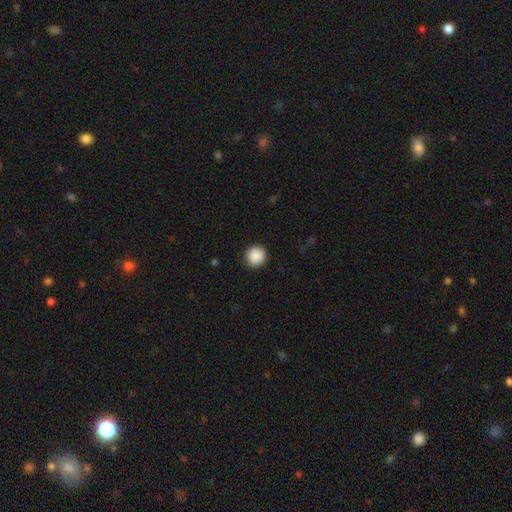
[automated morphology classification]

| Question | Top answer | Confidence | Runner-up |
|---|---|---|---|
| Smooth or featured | smooth | 90% | star or artifact (8%) |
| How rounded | round | 95% | in between (4%) |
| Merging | none | 92% | minor disturbance (5%) |